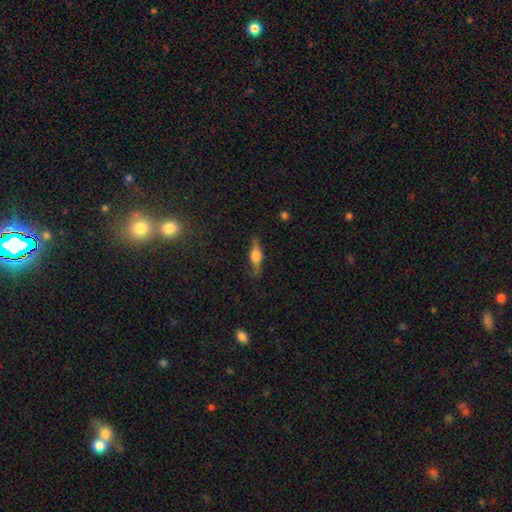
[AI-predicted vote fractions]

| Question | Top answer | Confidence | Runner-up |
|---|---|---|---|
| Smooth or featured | featured or disk | 52% | smooth (41%) |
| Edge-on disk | yes | 91% | no (9%) |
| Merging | none | 80% | minor disturbance (15%) |